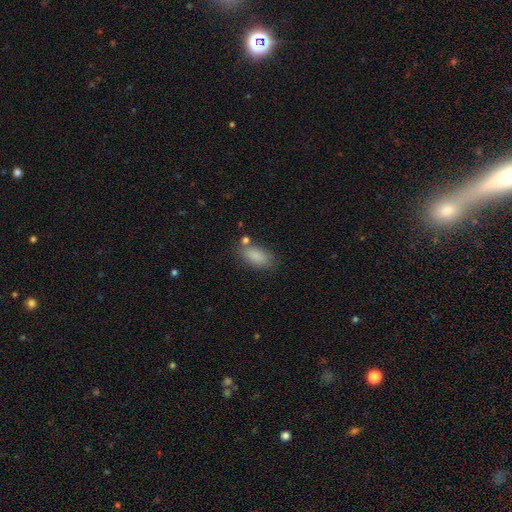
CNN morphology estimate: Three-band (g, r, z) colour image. It shows a smooth galaxy with no disk features (86%) that is in between round and cigar-shaped (88%). Merging: none (71%).